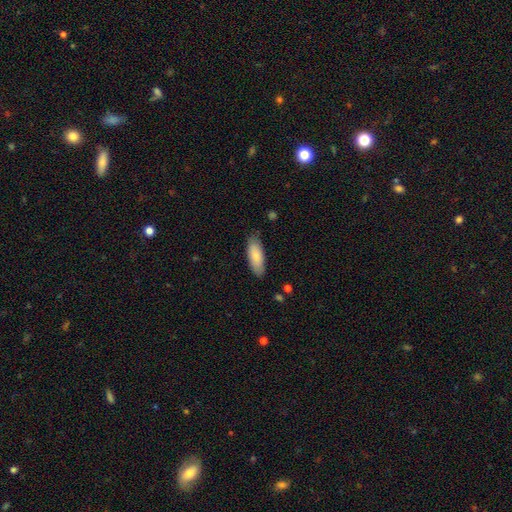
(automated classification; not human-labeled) Smooth or featured? smooth (82%)
How rounded? in between (71%)
Merging? none (81%)